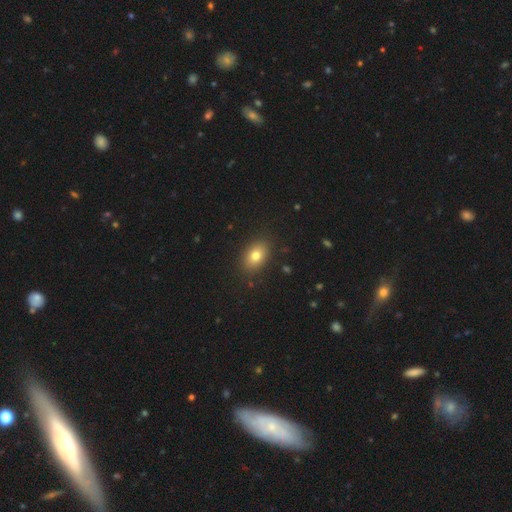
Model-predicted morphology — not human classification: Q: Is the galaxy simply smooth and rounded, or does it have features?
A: smooth — 78%.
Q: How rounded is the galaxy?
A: in between — 82%.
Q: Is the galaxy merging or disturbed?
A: none — 87%.